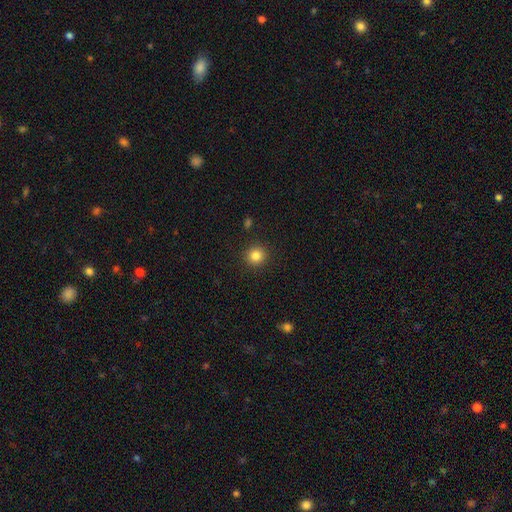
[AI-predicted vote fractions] This is clearly a smooth galaxy (84%). How rounded: clearly round (93%). Merging: clearly none (91%).